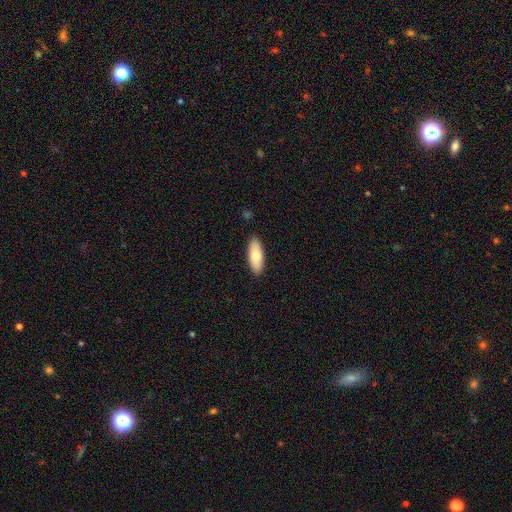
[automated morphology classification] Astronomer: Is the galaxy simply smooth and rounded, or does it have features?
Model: smooth — 76%.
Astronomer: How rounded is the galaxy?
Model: in between — 72%.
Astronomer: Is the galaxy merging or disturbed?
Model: none — 89%.